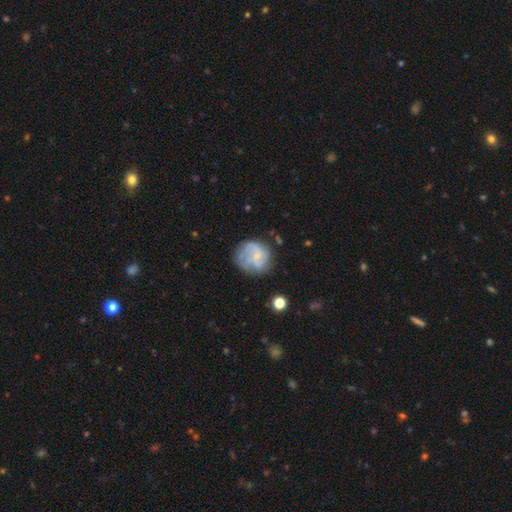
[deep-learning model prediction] Morphology: type=featured or disk (55%); edge-on=no (98%); bar=no (67%); spiral arms=yes (71%); bulge=small (60%); merging=none (60%).